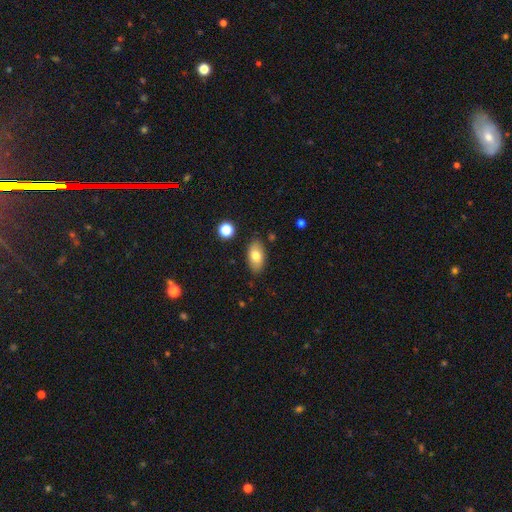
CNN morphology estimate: A smooth galaxy with no disk features (77%) that is in between round and cigar-shaped (92%). Merging: none (84%).